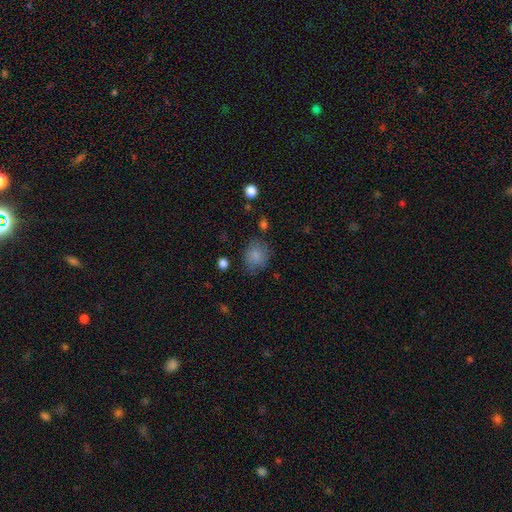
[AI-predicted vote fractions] A smooth galaxy with no disk features (83%) that is round (68%). Merging: none (70%).